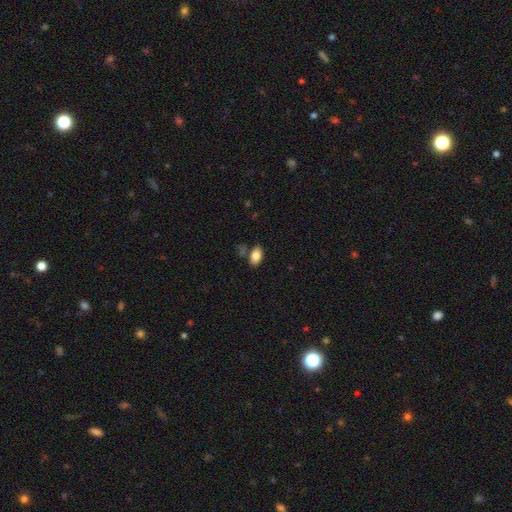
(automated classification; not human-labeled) smooth_or_featured: smooth (p=0.85) [alt: star or artifact p=0.08]
how_rounded: in between (p=0.92) [alt: round p=0.06]
merging: none (p=0.76) [alt: minor disturbance p=0.13]